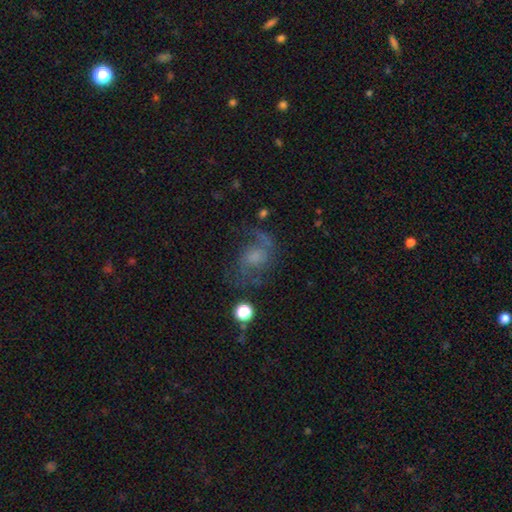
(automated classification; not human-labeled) Morphology: type=featured or disk (61%); edge-on=no (97%); bar=no (63%); spiral arms=yes (85%); winding=loose (47%); arm count=2 (75%); bulge=moderate (30%); merging=none (55%).